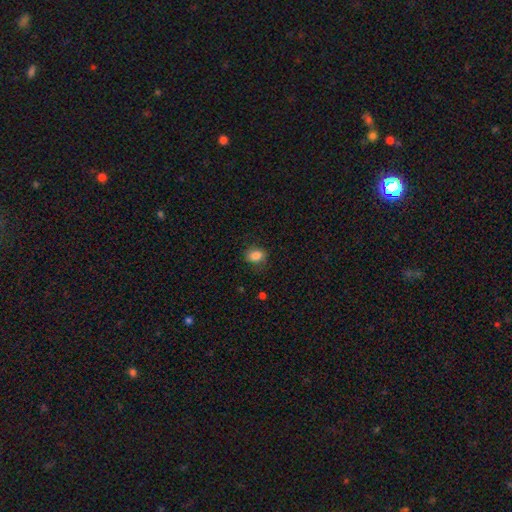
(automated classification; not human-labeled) Smooth or featured?
  - smooth: 85% *
  - star or artifact: 9%
  - featured or disk: 5%
How rounded?
  - in between: 63% *
  - round: 36%
  - cigar-shaped: 1%
Merging?
  - none: 76% *
  - minor disturbance: 17%
  - major disturbance: 5%
  - merger: 1%